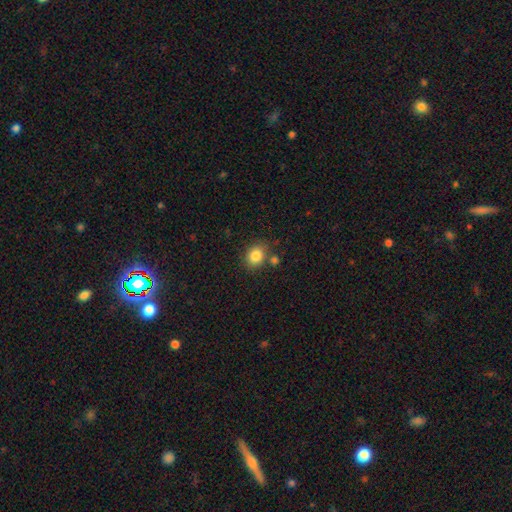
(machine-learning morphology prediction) A smooth galaxy with no disk features (84%) that is round (54%). Merging: none (74%).